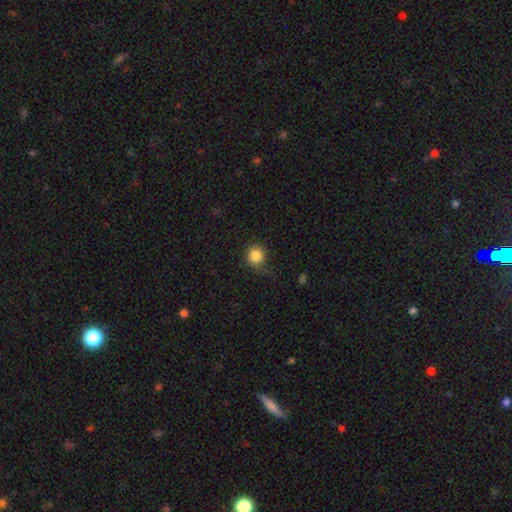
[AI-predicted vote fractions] smooth-or-featured: smooth: 84% | star or artifact: 11% | featured or disk: 5%
  how-rounded: round: 90% | in between: 10% | cigar-shaped: 1%
  merging: none: 77% | minor disturbance: 16% | major disturbance: 5% | merger: 1%